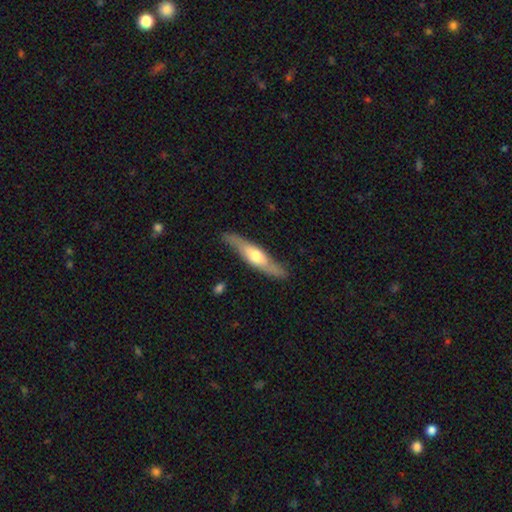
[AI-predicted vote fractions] Morphology: type=featured or disk (54%); edge-on=yes (79%); merging=none (81%).